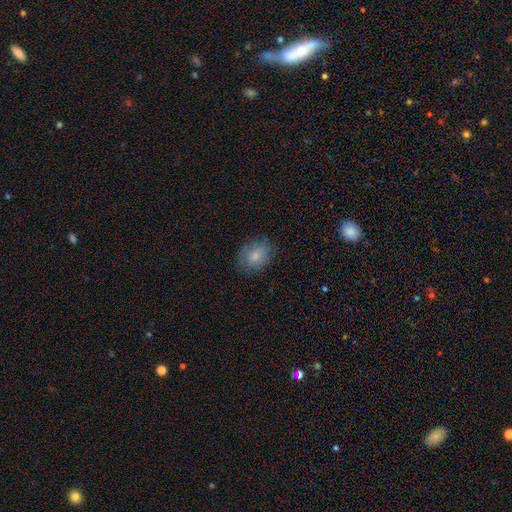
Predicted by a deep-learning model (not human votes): Overall: smooth (80%). How rounded: in between (52%; round 47%). Merging: none (78%).